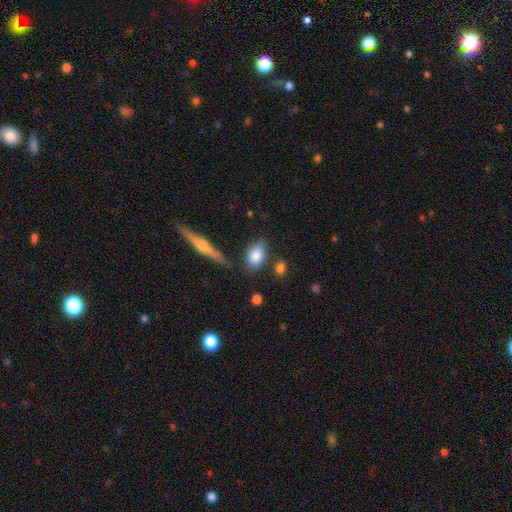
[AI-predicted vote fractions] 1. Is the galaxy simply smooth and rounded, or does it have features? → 80% smooth, 13% featured or disk, 7% star or artifact.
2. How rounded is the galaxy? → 82% in between, 13% round, 5% cigar-shaped.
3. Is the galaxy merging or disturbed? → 68% none, 19% minor disturbance, 8% merger, 5% major disturbance.